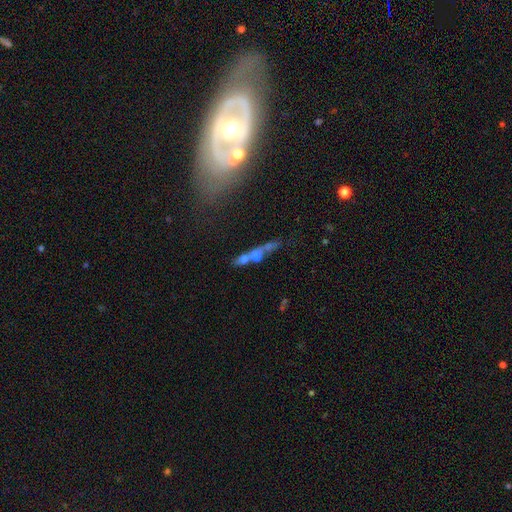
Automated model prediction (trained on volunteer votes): Q: Smooth or featured?
A: smooth (45%); runner-up: featured or disk (41%)
Q: Merging?
A: merger (62%); runner-up: none (19%)